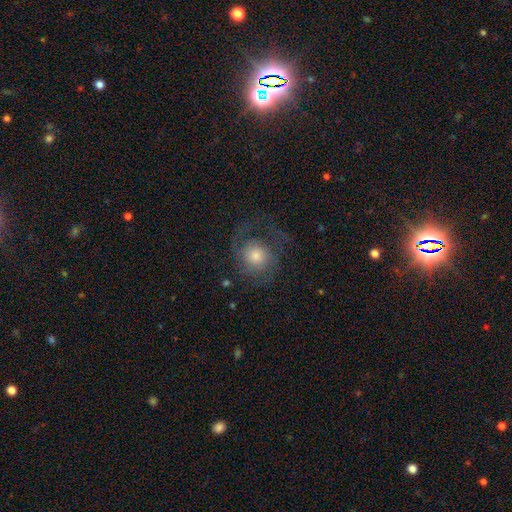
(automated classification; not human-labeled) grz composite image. It shows a featured or disk galaxy (55%) with no bar (79%), spiral arms (82%) and a moderate central bulge (51%). Merging: none (57%).